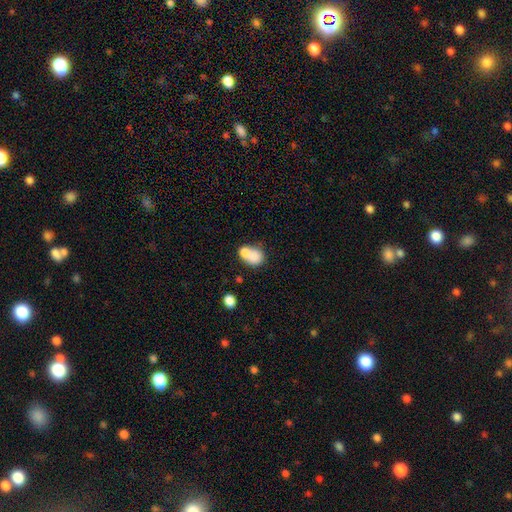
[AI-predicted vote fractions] Q: Smooth or featured?
A: smooth (77%); runner-up: featured or disk (14%)
Q: How rounded?
A: in between (57%); runner-up: round (42%)
Q: Merging?
A: merger (51%); runner-up: none (30%)